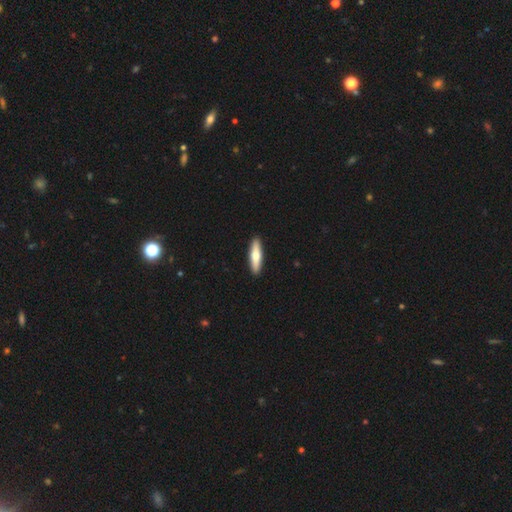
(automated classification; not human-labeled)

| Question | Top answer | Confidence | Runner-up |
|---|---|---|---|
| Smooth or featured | smooth | 61% | featured or disk (34%) |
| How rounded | cigar-shaped | 77% | in between (21%) |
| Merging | none | 92% | minor disturbance (6%) |